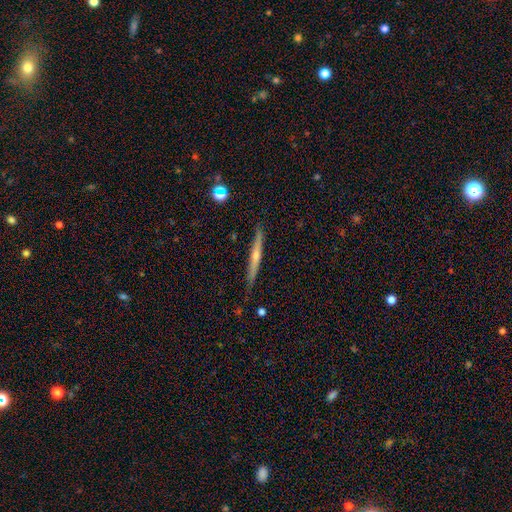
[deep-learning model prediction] smooth-or-featured: featured or disk: 68% | smooth: 23% | star or artifact: 9%
  disk-edge-on: yes: 97% | no: 3%
    edge-on-bulge: rounded: 67% | none: 25% | boxy: 7%
  merging: none: 89% | minor disturbance: 8% | major disturbance: 2% | merger: 2%